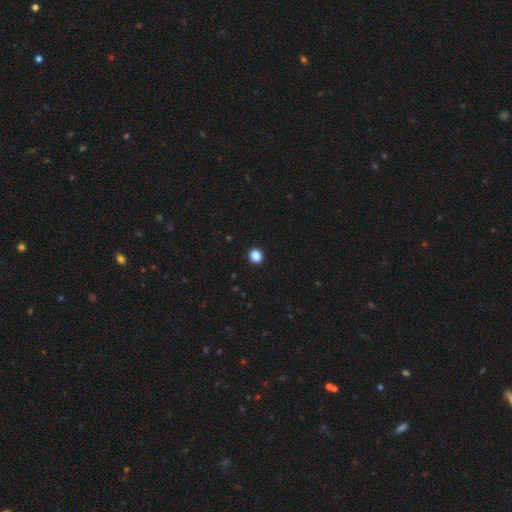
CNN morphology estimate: Q: Smooth or featured?
A: smooth (87%); runner-up: star or artifact (10%)
Q: How rounded?
A: round (80%); runner-up: in between (19%)
Q: Merging?
A: none (93%); runner-up: minor disturbance (5%)